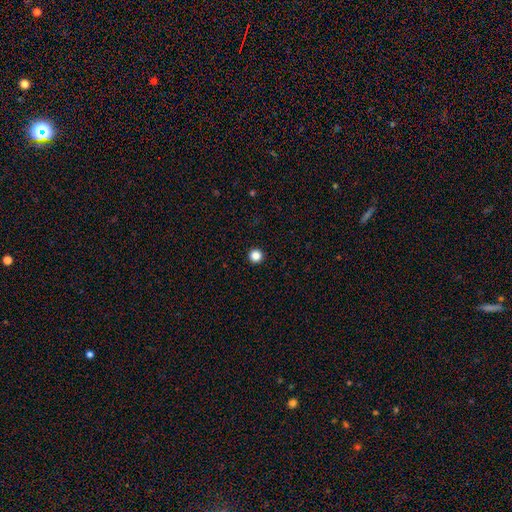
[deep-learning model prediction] smooth-or-featured: smooth: 85% | star or artifact: 12% | featured or disk: 3%
  how-rounded: round: 97% | in between: 2% | cigar-shaped: 1%
  merging: none: 94% | minor disturbance: 3% | major disturbance: 1% | merger: 1%